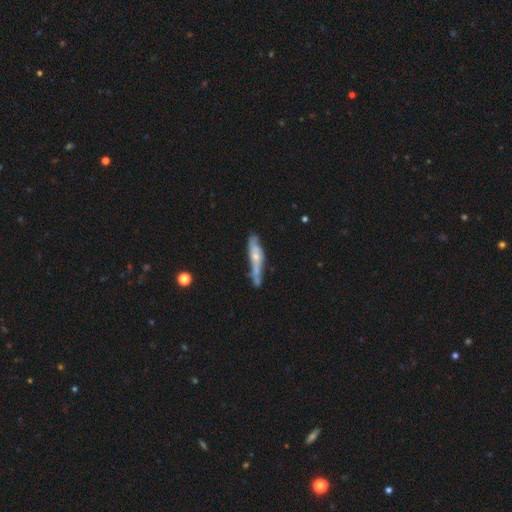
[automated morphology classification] Smooth or featured: featured or disk — 54% (smooth — 40%)
Edge-on disk: yes — 54% (no — 46%)
Merging: none — 49% (minor disturbance — 29%)